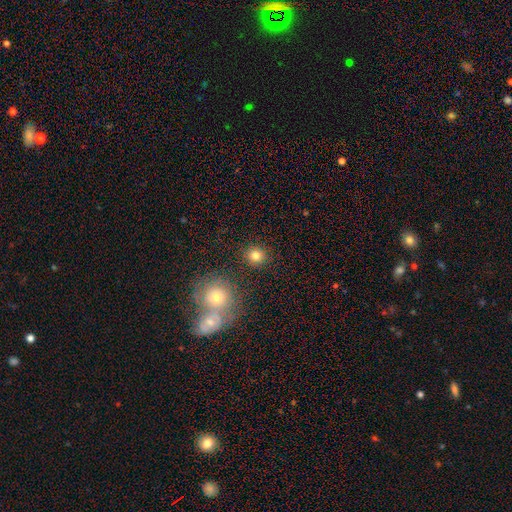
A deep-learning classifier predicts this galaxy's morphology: A smooth galaxy with no disk features (82%) that is round (89%).

Vote fractions:
- Smooth or featured? smooth: 82% / star or artifact: 12% / featured or disk: 6%
- How rounded? round: 89% / in between: 10% / cigar-shaped: 1%
- Merging? none: 88% / minor disturbance: 6% / merger: 4% / major disturbance: 2%